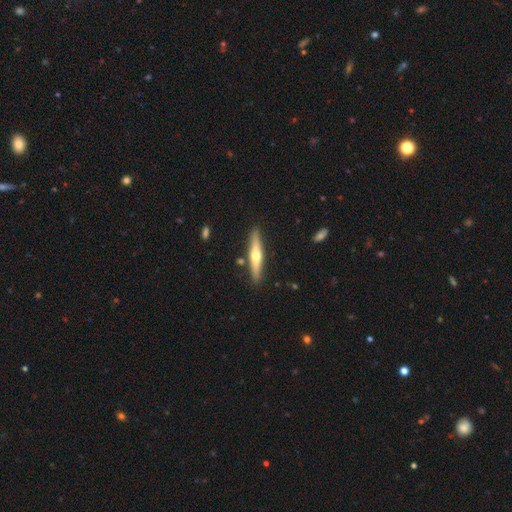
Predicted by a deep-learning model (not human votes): Morphology: type=featured or disk (56%); edge-on=yes (94%); edge-on bulge=rounded (90%); merging=none (87%).